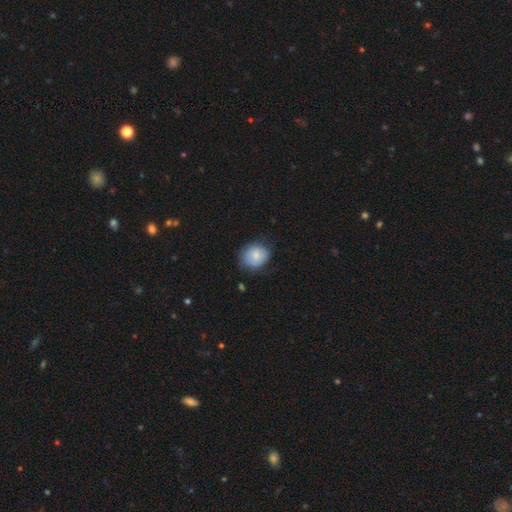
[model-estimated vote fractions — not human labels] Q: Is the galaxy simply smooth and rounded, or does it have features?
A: smooth — 74%.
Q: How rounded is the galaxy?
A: round — 68%.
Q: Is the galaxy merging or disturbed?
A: none — 68%.